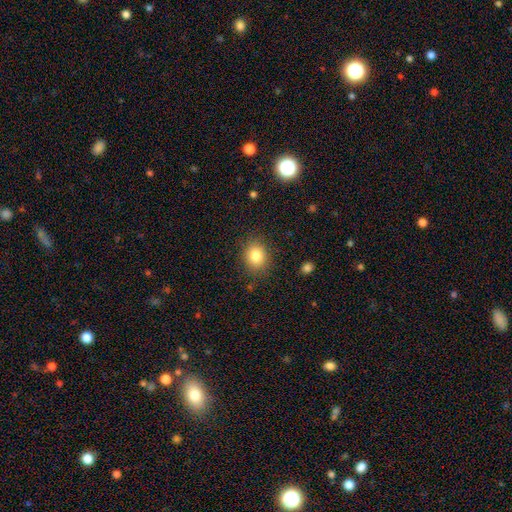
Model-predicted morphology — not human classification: type=smooth (82%); roundness=round (67%); merging=none (86%).